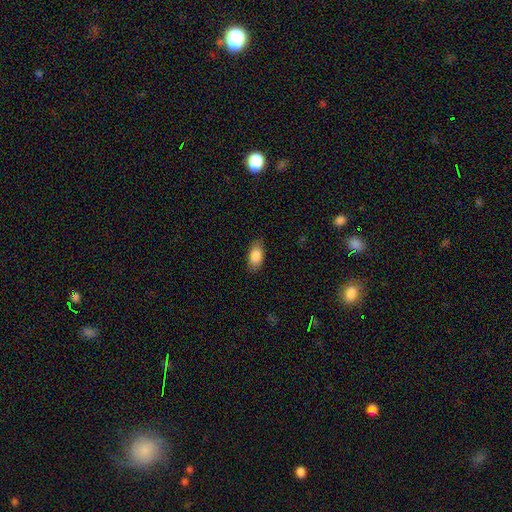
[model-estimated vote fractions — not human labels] The model was most divided on "merging": none: 85%, minor disturbance: 11%, major disturbance: 3%, merger: 1%. More confident: how rounded — in between (92%); smooth or featured — smooth (86%).